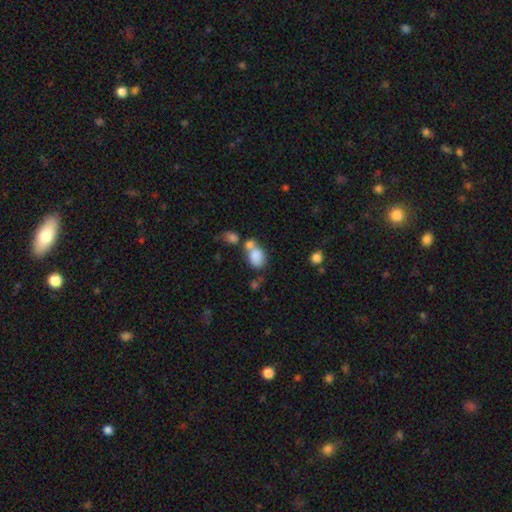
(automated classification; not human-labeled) Overall: smooth (81%). How rounded: in between (72%). Merging: merger (51%; none 31%).